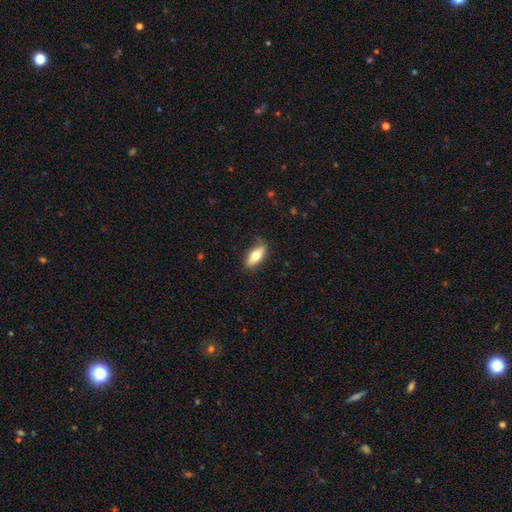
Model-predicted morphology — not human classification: smooth 68%, featured or disk 26%, star or artifact 6%. Down the decision tree: how rounded — in between (79%); merging — none (80%).